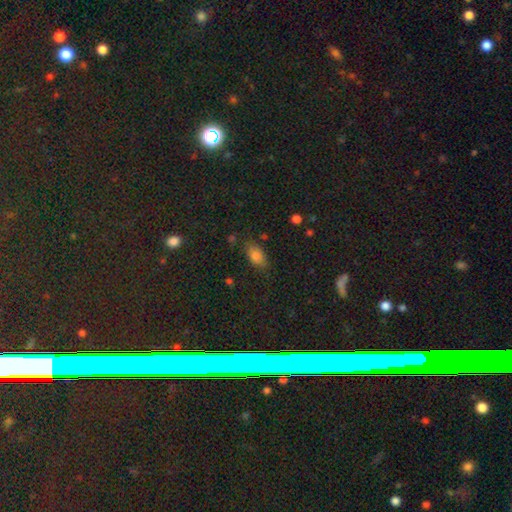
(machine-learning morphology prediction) Overall: smooth (77%). How rounded: in between (87%). Merging: none (76%).